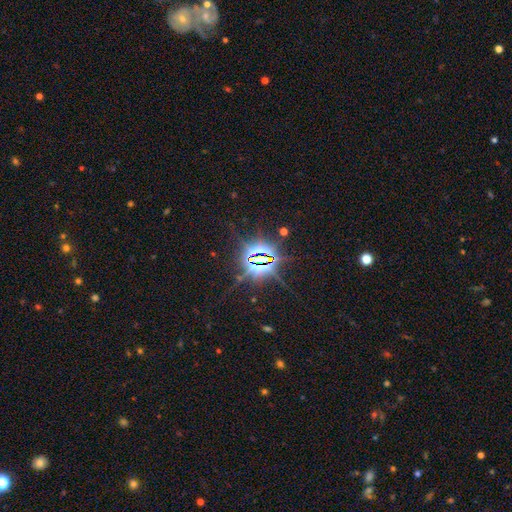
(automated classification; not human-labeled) Smooth or featured?
  - star or artifact: 86% *
  - smooth: 8%
  - featured or disk: 7%